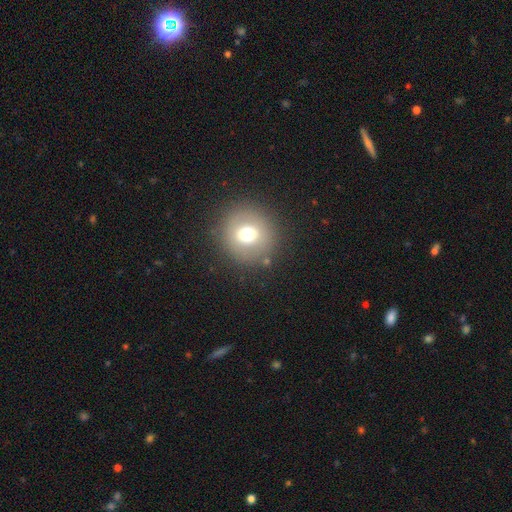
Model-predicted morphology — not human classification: type=smooth (63%); roundness=round (92%); merging=none (89%).